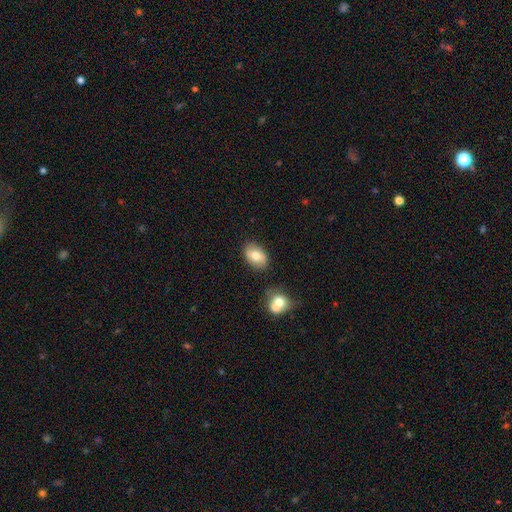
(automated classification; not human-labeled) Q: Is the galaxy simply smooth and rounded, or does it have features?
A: smooth — 70%.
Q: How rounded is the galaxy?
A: in between — 86%.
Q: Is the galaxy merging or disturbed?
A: none — 81%.